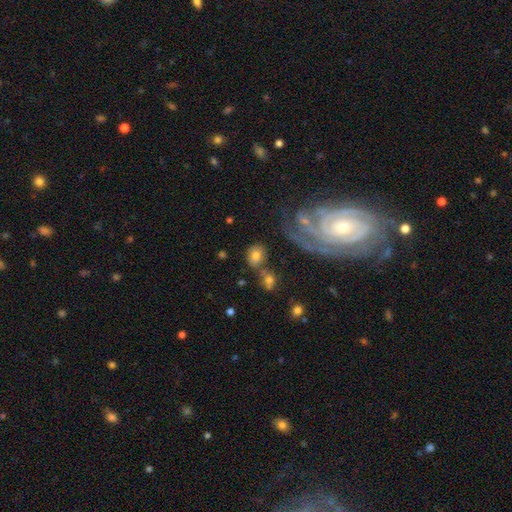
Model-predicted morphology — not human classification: A smooth galaxy with no disk features (71%) that is round (62%). Merging: none (64%).